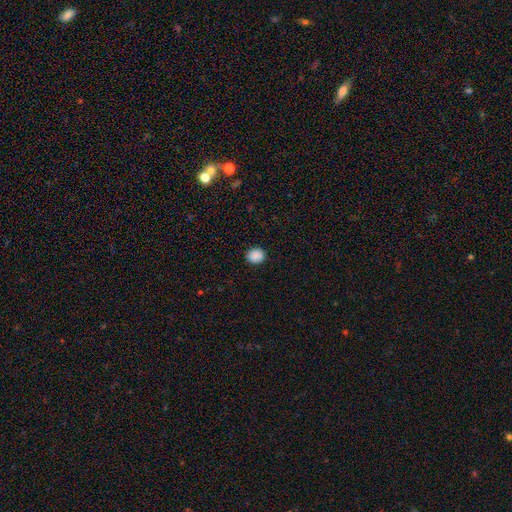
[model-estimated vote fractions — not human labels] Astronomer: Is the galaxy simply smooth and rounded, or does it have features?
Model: smooth — 89%.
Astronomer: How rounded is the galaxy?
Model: round — 70%.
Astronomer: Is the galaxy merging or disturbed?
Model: none — 90%.